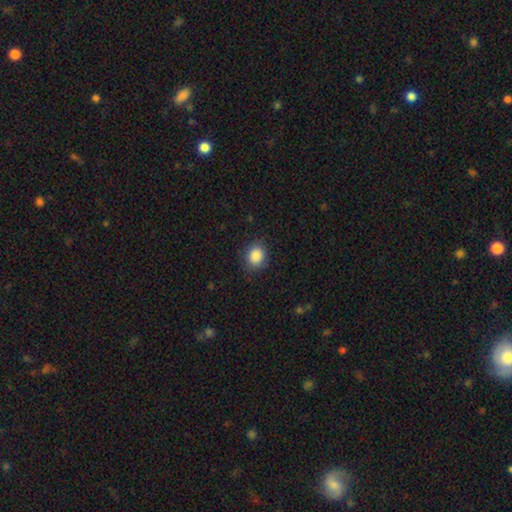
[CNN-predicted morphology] A smooth galaxy with no disk features (88%) that is round (61%).

Vote fractions:
- Smooth or featured? smooth: 88% / star or artifact: 9% / featured or disk: 4%
- How rounded? round: 61% / in between: 38% / cigar-shaped: 1%
- Merging? none: 84% / minor disturbance: 12% / major disturbance: 3% / merger: 1%